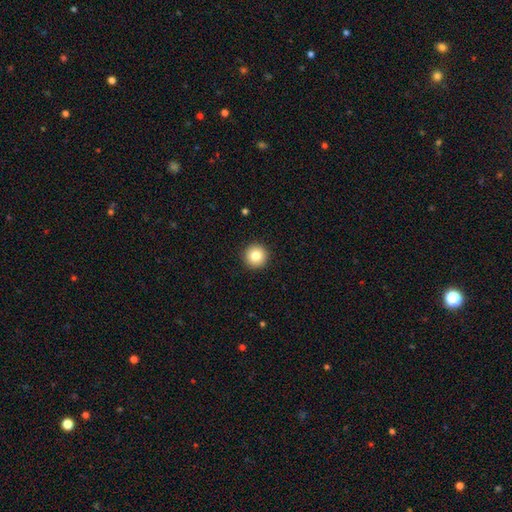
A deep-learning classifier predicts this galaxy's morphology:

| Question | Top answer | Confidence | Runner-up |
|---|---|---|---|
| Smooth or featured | smooth | 83% | star or artifact (9%) |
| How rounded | round | 96% | in between (3%) |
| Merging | none | 93% | minor disturbance (4%) |